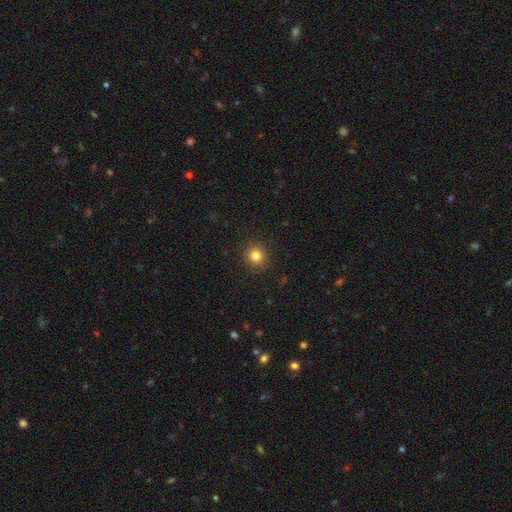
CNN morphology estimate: smooth_or_featured: smooth (p=0.82) [alt: star or artifact p=0.12]
how_rounded: round (p=0.93) [alt: in between p=0.06]
merging: none (p=0.91) [alt: minor disturbance p=0.06]